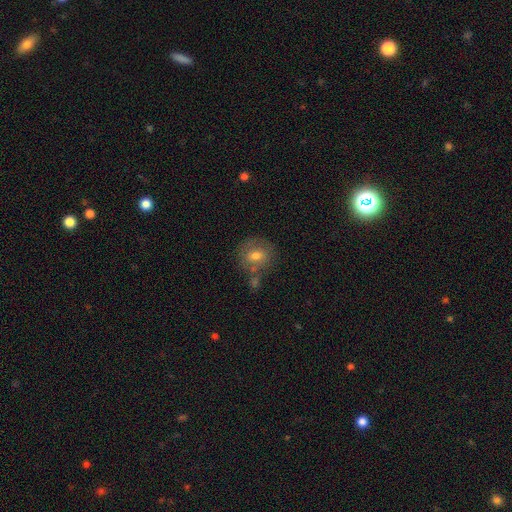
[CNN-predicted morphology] Smooth or featured? Predicted: smooth (p=0.66). How rounded? Predicted: round (p=0.76). Merging? Predicted: none (p=0.64).